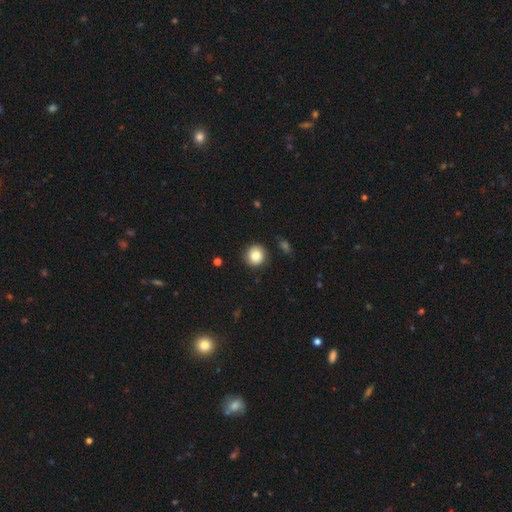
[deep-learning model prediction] This is clearly a smooth galaxy (83%). How rounded: clearly round (92%). Merging: clearly none (86%).